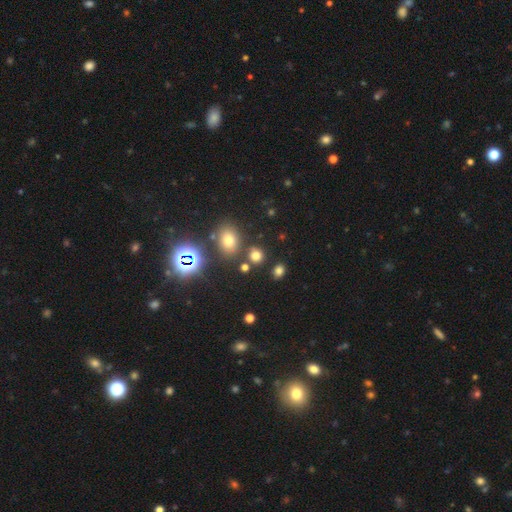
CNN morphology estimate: Smooth or featured?
  - smooth: 70% *
  - star or artifact: 23%
  - featured or disk: 7%
How rounded?
  - round: 72% *
  - in between: 27%
  - cigar-shaped: 1%
Merging?
  - none: 80% *
  - merger: 9%
  - minor disturbance: 8%
  - major disturbance: 3%